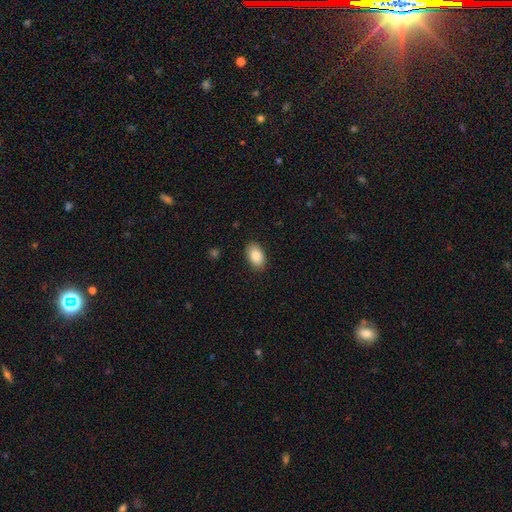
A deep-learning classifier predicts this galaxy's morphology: A smooth galaxy with no disk features (86%) that is in between round and cigar-shaped (91%). Merging: none (88%).